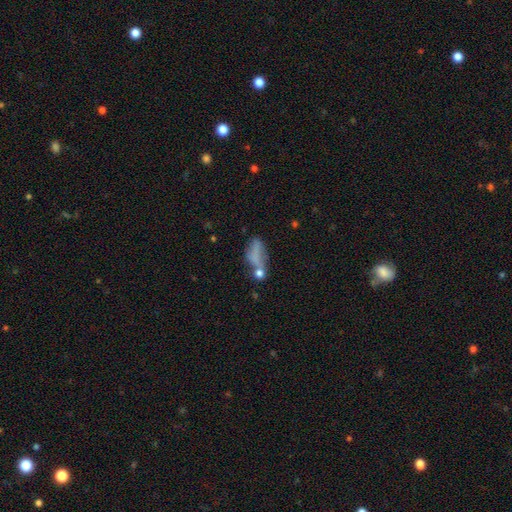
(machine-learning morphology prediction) Smooth or featured?
  - smooth: 62% *
  - featured or disk: 24%
  - star or artifact: 14%
How rounded?
  - in between: 75% *
  - cigar-shaped: 17%
  - round: 8%
Merging?
  - none: 30% *
  - merger: 26%
  - major disturbance: 23%
  - minor disturbance: 21%